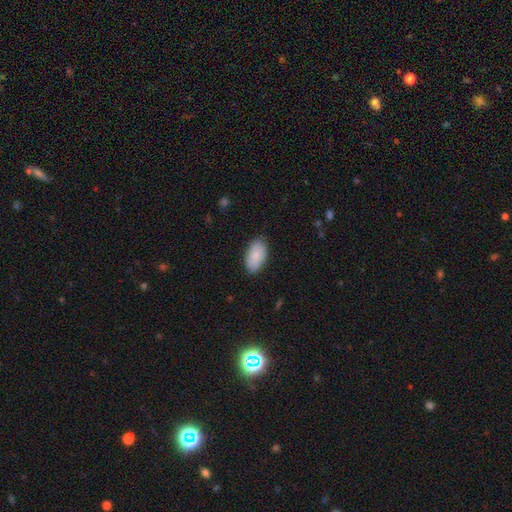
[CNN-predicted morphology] Smooth or featured? Predicted: smooth (p=0.84). How rounded? Predicted: in between (p=0.95). Merging? Predicted: none (p=0.85).